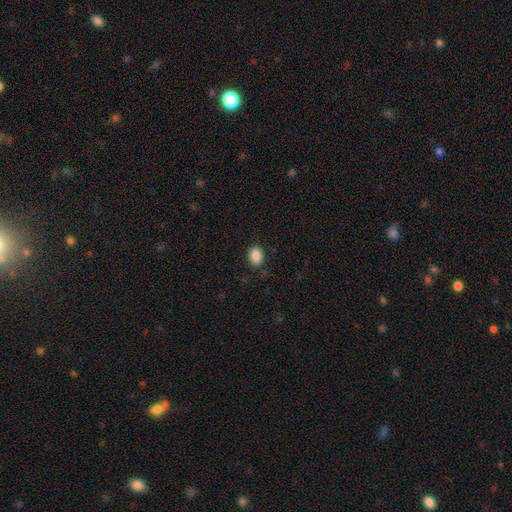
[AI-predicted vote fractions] Q: Smooth or featured?
A: smooth (89%); runner-up: star or artifact (8%)
Q: How rounded?
A: in between (73%); runner-up: round (26%)
Q: Merging?
A: none (85%); runner-up: minor disturbance (12%)